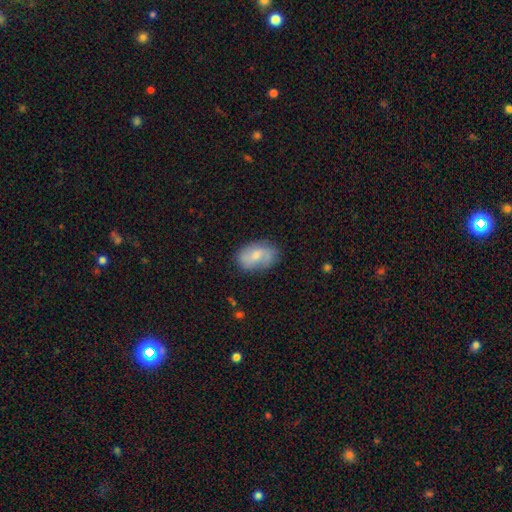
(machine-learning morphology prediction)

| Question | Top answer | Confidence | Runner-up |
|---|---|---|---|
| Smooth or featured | smooth | 54% | featured or disk (39%) |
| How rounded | in between | 86% | round (12%) |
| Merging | none | 72% | minor disturbance (20%) |